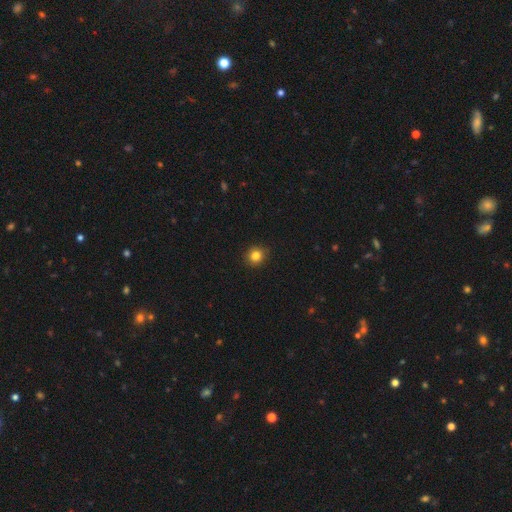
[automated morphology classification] A smooth galaxy with no disk features (83%) that is round (88%). Merging: none (92%).